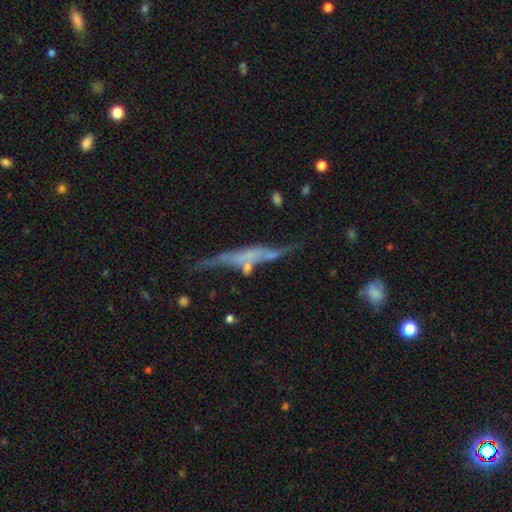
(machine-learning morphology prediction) This appears to be a featured or disk galaxy (63%) viewed edge-on (84%) with no central bulge (58%). Merging: none (59%).